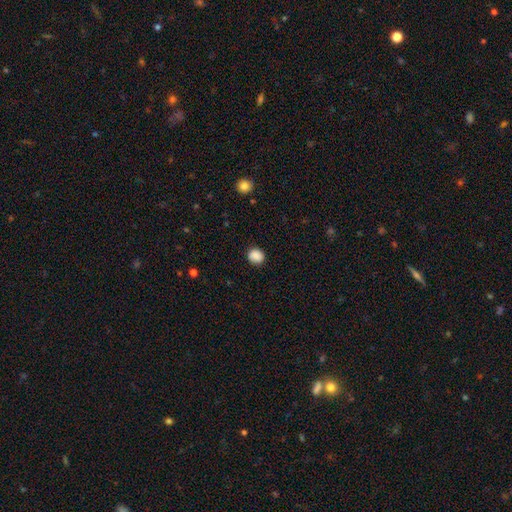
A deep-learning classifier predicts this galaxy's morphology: Smooth or featured? smooth (87%)
How rounded? round (82%)
Merging? none (87%)